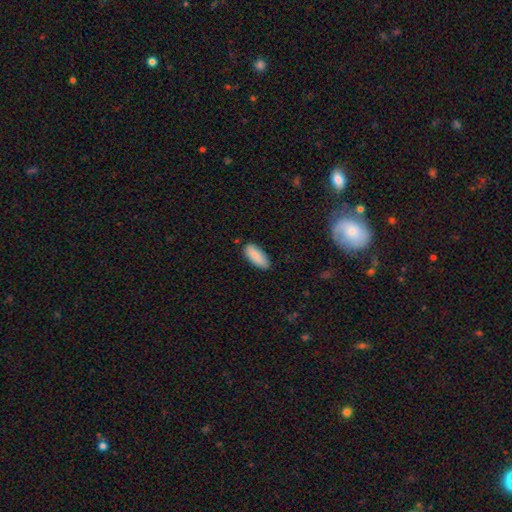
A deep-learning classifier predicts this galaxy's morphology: smooth 89%, star or artifact 6%, featured or disk 5%. Down the decision tree: how rounded — in between (84%); merging — none (82%).